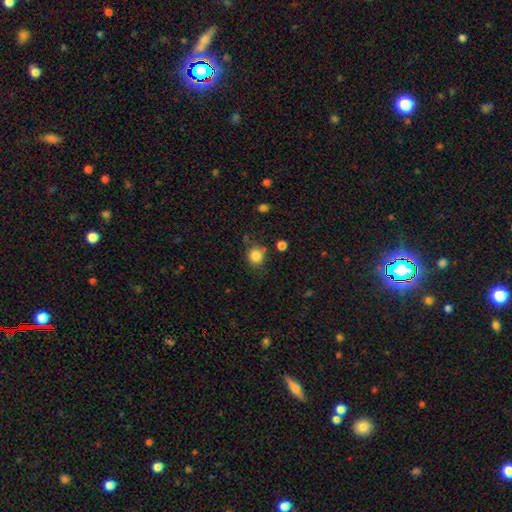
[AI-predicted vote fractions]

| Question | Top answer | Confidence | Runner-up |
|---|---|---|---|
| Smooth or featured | smooth | 84% | star or artifact (11%) |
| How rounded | round | 85% | in between (14%) |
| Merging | none | 75% | minor disturbance (14%) |